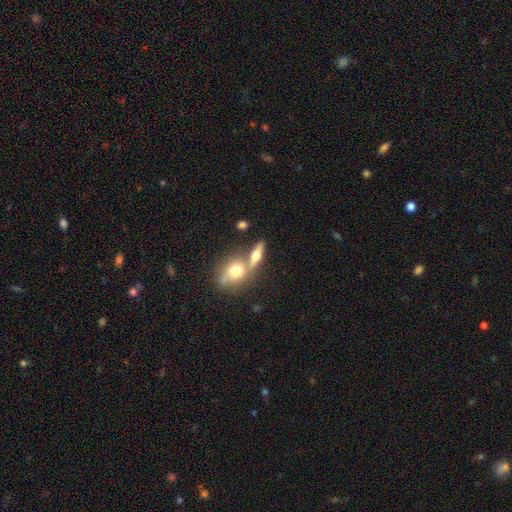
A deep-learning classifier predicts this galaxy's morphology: smooth-or-featured: smooth: 51% | featured or disk: 41% | star or artifact: 9%
  how-rounded: in between: 45% | cigar-shaped: 38% | round: 18%
  merging: none: 53% | merger: 34% | minor disturbance: 9% | major disturbance: 4%